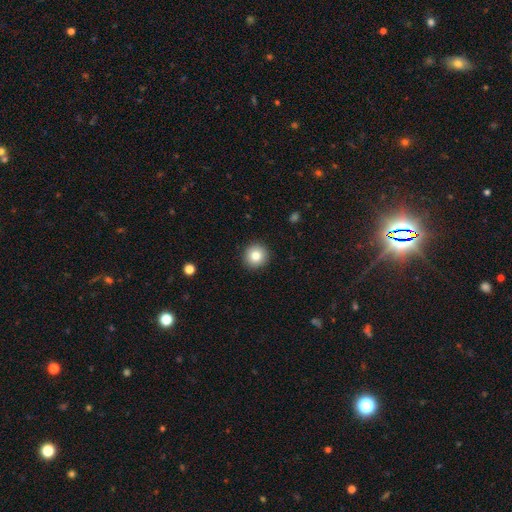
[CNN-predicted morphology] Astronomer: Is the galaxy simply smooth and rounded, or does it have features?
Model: smooth — 82%.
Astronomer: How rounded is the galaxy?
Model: round — 94%.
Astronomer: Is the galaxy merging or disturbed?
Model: none — 92%.